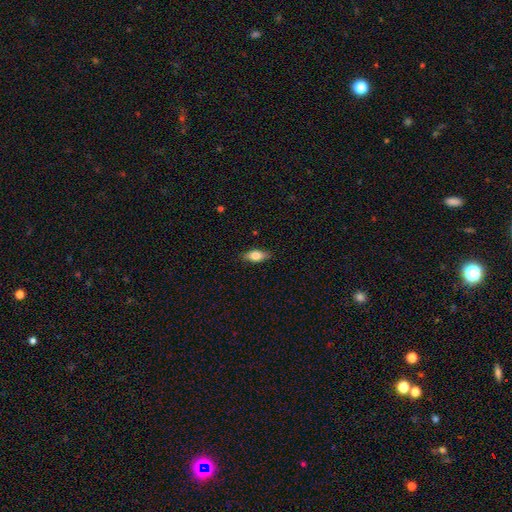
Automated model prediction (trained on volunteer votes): This is likely a smooth galaxy (73%). How rounded: likely in between (79%). Merging: clearly none (85%).